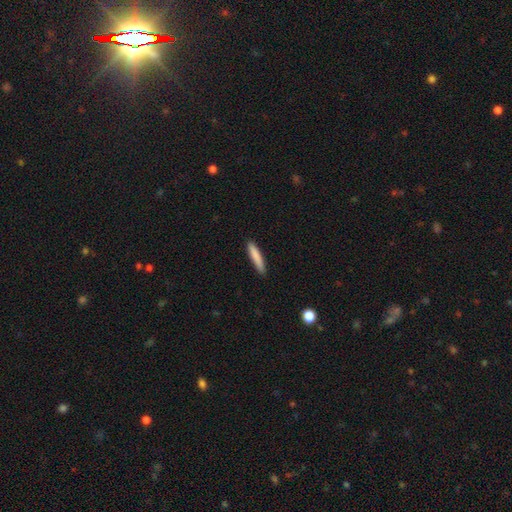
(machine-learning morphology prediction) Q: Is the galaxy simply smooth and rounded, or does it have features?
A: smooth — 84%.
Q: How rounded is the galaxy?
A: cigar-shaped — 90%.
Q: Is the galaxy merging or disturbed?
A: none — 87%.